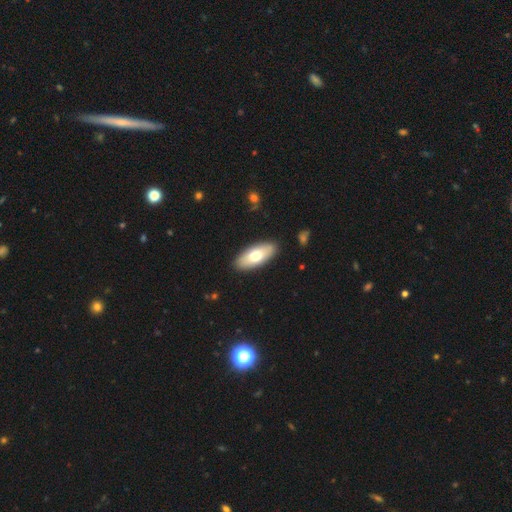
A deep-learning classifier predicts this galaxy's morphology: smooth_or_featured: smooth (p=0.69) [alt: featured or disk p=0.26]
how_rounded: in between (p=0.85) [alt: cigar-shaped p=0.12]
merging: none (p=0.90) [alt: minor disturbance p=0.07]